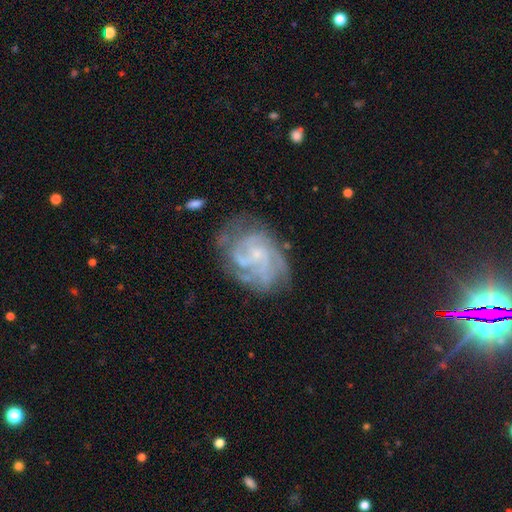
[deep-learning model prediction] Smooth or featured: featured or disk — 82% (smooth — 10%)
Edge-on disk: no — 98% (yes — 2%)
Bar: no — 63% (weak — 31%)
Spiral arms: yes — 93% (no — 7%)
Spiral winding: tight — 54% (medium — 36%)
Spiral arm count: can't tell — 31% (3 — 23%)
Bulge size: small — 71% (none — 15%)
Merging: none — 66% (minor disturbance — 20%)